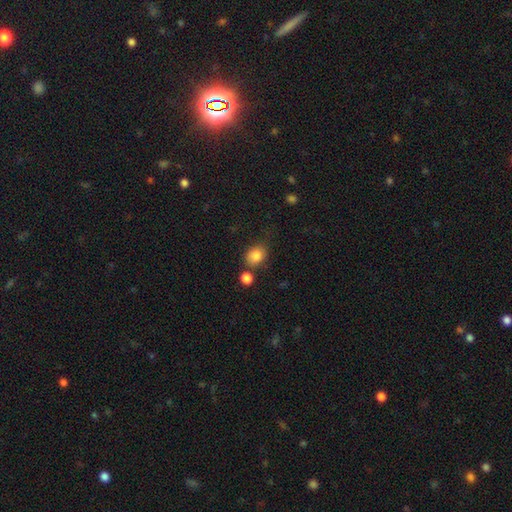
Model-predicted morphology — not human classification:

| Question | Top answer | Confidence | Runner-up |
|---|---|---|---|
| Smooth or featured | smooth | 84% | star or artifact (10%) |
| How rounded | round | 53% | in between (46%) |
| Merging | none | 66% | minor disturbance (17%) |